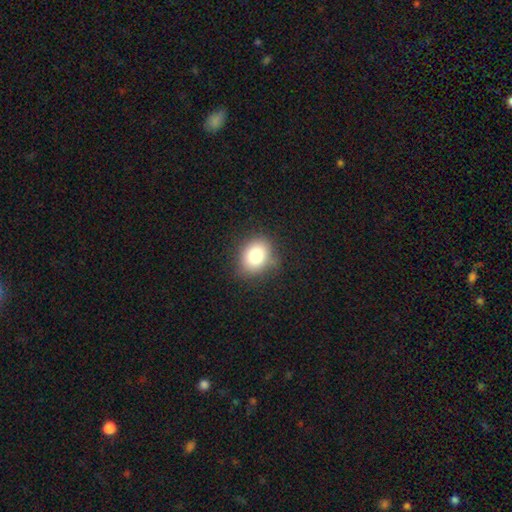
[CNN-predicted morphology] smooth 82%, star or artifact 10%, featured or disk 8%. Down the decision tree: how rounded — round (50%, tied with in between); merging — none (81%).